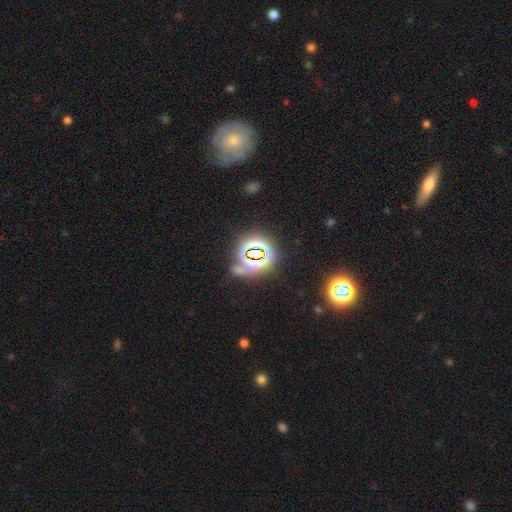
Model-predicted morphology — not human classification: Q: Smooth or featured?
A: star or artifact (73%); runner-up: smooth (17%)